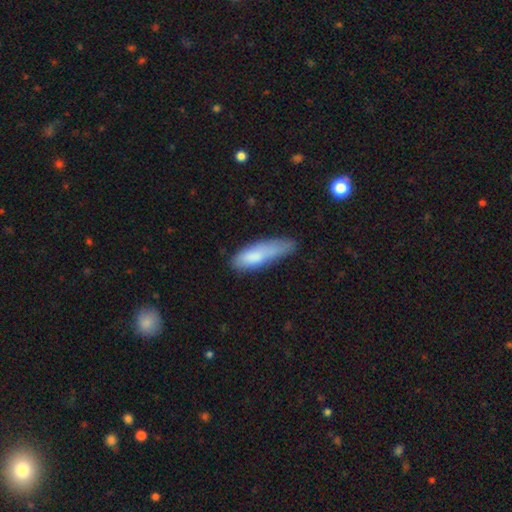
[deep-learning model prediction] A smooth galaxy with no disk features (78%) that is cigar-shaped (52%). Merging: minor disturbance (40%).